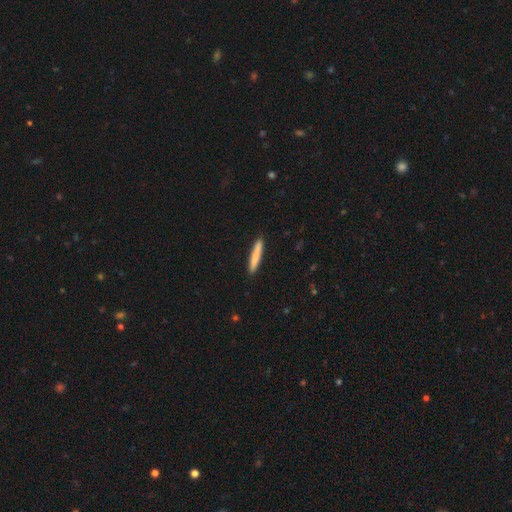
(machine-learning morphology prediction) smooth-or-featured: smooth: 80% | featured or disk: 15% | star or artifact: 5%
  how-rounded: cigar-shaped: 94% | in between: 4% | round: 1%
  merging: none: 92% | minor disturbance: 6% | major disturbance: 1% | merger: 1%